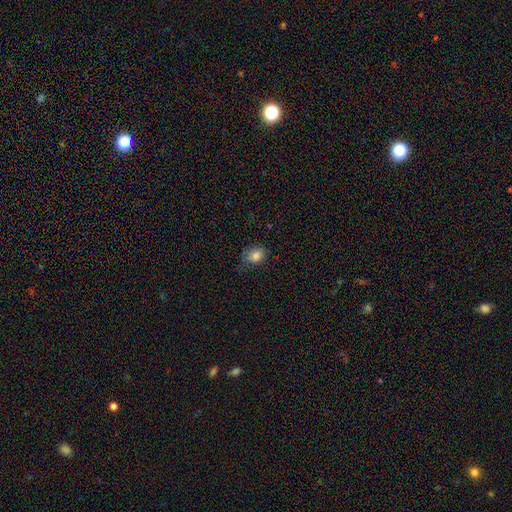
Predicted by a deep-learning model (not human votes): This is clearly a smooth galaxy (82%). How rounded: likely in between (62%). Merging: possibly none (59%).